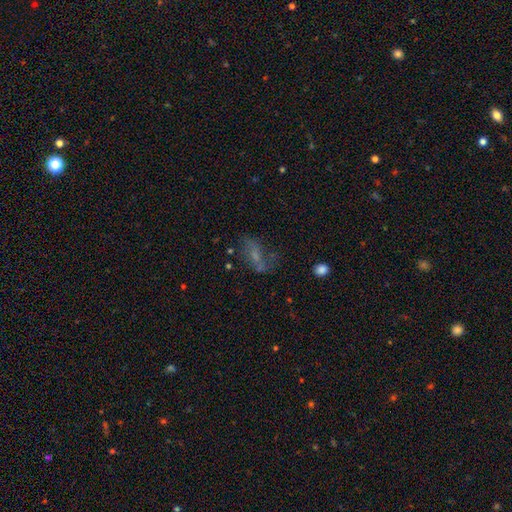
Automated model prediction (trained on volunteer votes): smooth_or_featured: featured or disk (p=0.48) [alt: smooth p=0.35]
merging: none (p=0.46) [alt: major disturbance p=0.25]